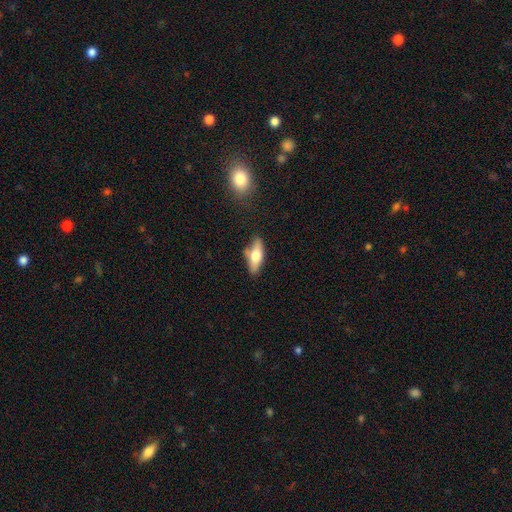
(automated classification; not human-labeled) smooth 59%, featured or disk 34%, star or artifact 7%. Down the decision tree: how rounded — in between (65%); merging — none (67%).